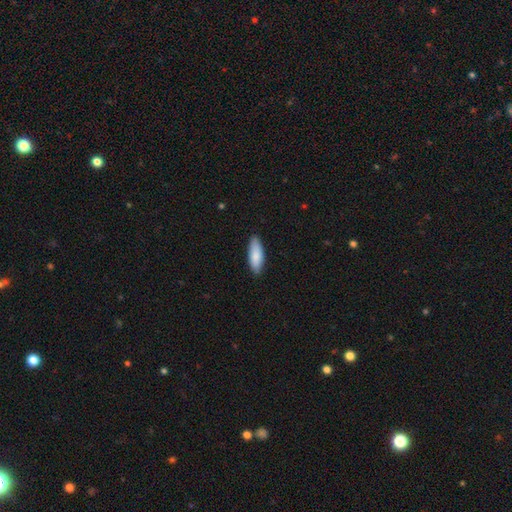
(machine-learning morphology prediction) Smooth or featured? Predicted: smooth (p=0.86). How rounded? Predicted: in between (p=0.67). Merging? Predicted: none (p=0.86).